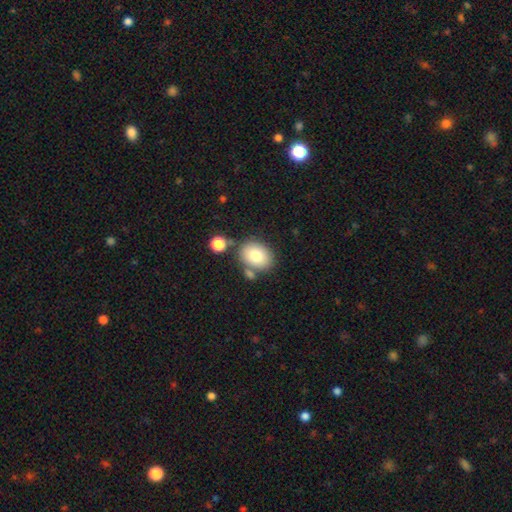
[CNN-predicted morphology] This appears to be a smooth galaxy with no disk features (78%) that is in between round and cigar-shaped (57%). Merging: none (71%).